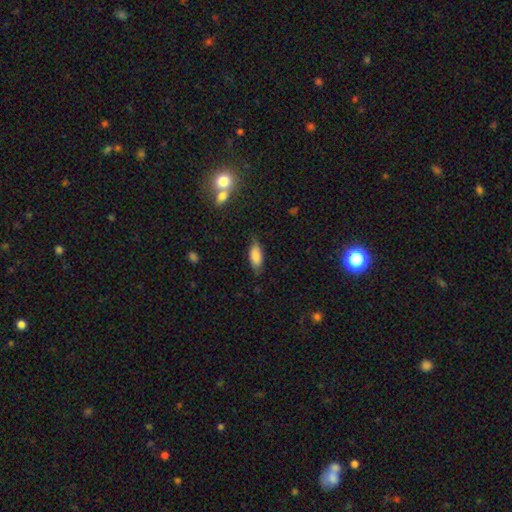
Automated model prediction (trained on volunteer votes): Smooth or featured: smooth — 81% (featured or disk — 12%)
How rounded: in between — 83% (cigar-shaped — 15%)
Merging: none — 72% (minor disturbance — 22%)